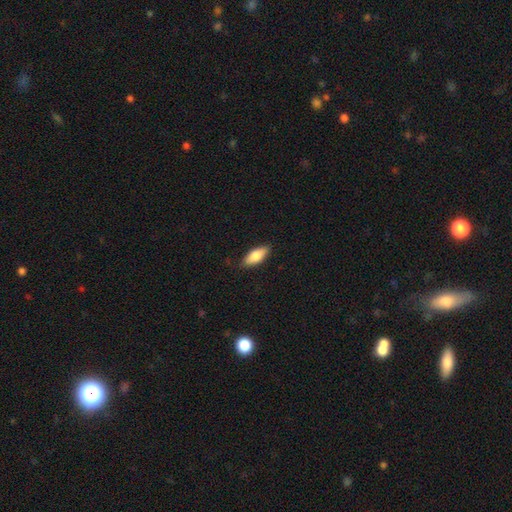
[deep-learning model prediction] A smooth galaxy with no disk features (76%) that is in between round and cigar-shaped (73%).

Vote fractions:
- Smooth or featured? smooth: 76% / featured or disk: 18% / star or artifact: 6%
- How rounded? in between: 73% / cigar-shaped: 25% / round: 2%
- Merging? none: 85% / minor disturbance: 12% / major disturbance: 2% / merger: 1%